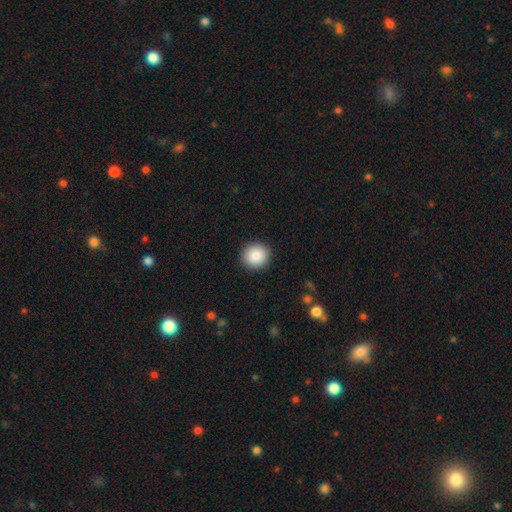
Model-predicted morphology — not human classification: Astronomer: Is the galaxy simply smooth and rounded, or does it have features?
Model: smooth — 88%.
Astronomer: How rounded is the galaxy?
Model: round — 88%.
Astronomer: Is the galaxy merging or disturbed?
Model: none — 92%.